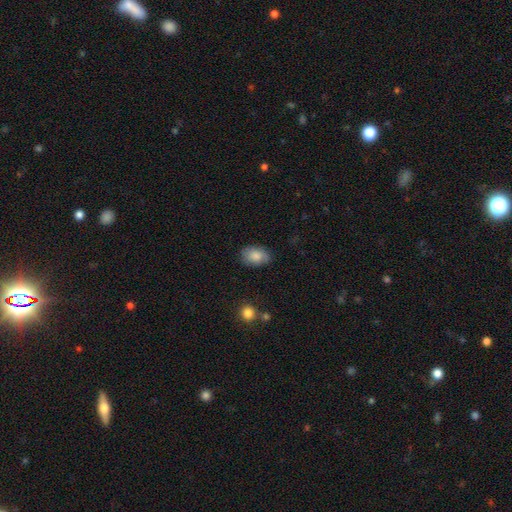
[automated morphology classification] Smooth or featured? smooth (80%)
How rounded? in between (82%)
Merging? none (76%)